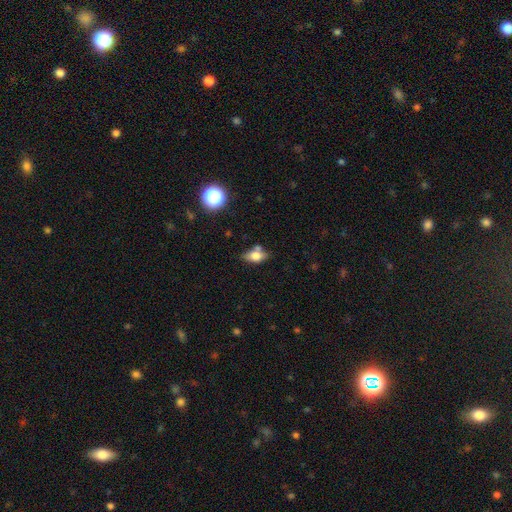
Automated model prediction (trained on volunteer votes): Q: Smooth or featured?
A: smooth (69%); runner-up: featured or disk (21%)
Q: How rounded?
A: in between (81%); runner-up: round (11%)
Q: Merging?
A: none (57%); runner-up: minor disturbance (22%)